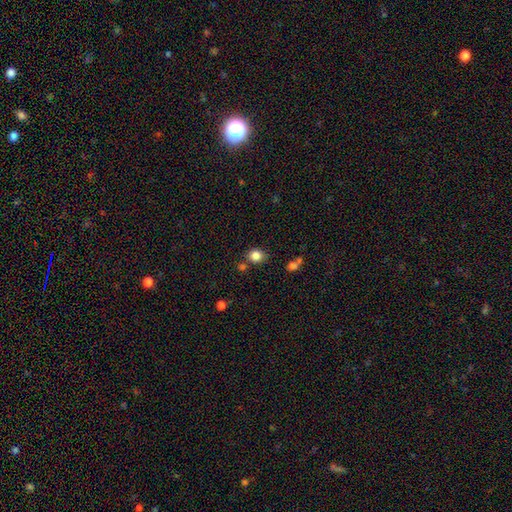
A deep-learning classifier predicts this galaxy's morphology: smooth-or-featured: smooth: 83% | star or artifact: 11% | featured or disk: 5%
  how-rounded: round: 72% | in between: 27% | cigar-shaped: 1%
  merging: none: 77% | minor disturbance: 12% | merger: 8% | major disturbance: 3%